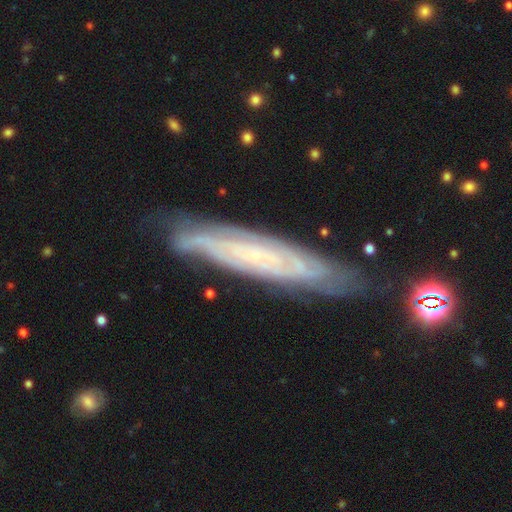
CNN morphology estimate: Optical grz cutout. It shows a featured or disk galaxy (77%). Merging: none (79%).